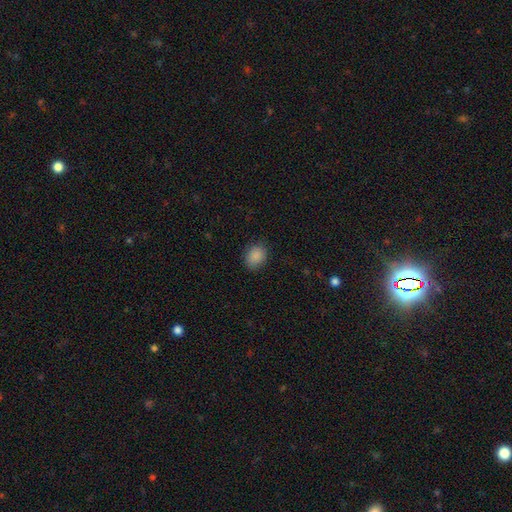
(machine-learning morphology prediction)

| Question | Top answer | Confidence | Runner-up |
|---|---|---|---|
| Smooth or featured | smooth | 88% | star or artifact (9%) |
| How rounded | in between | 56% | round (43%) |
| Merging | none | 83% | minor disturbance (13%) |